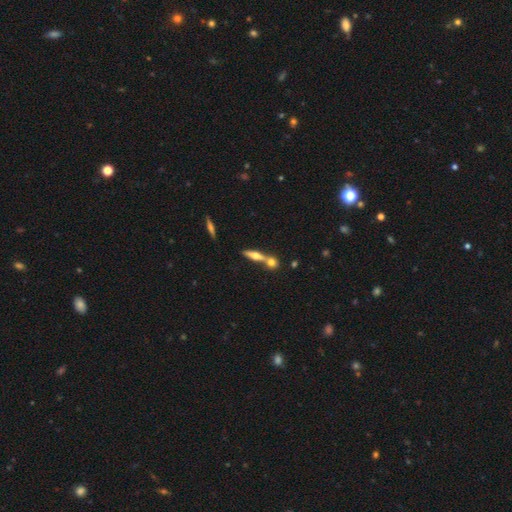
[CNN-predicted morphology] Smooth or featured? Predicted: featured or disk (p=0.48). Merging? Predicted: none (p=0.49).